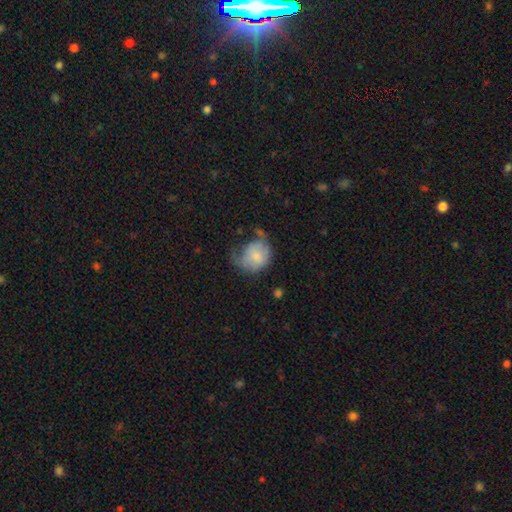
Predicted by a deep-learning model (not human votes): Morphology: type=smooth (65%); roundness=round (61%); merging=major disturbance (36%).